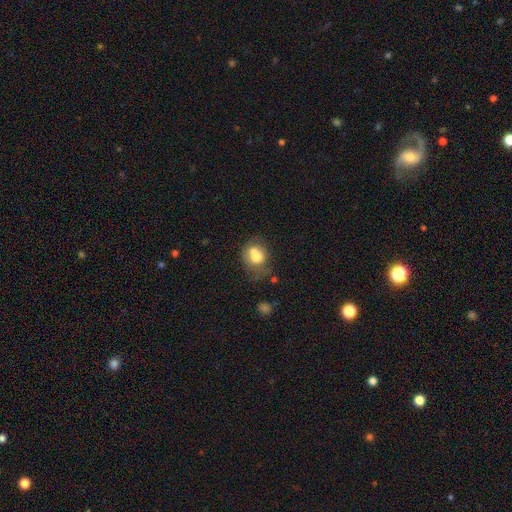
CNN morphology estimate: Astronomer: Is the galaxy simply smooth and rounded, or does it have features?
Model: smooth — 66%.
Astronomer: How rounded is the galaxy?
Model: round — 56% (runner-up: in between, 43%).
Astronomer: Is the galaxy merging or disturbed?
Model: merger — 51% (runner-up: none, 29%).